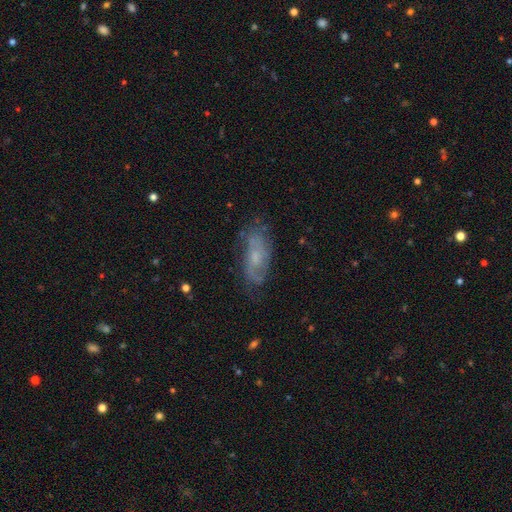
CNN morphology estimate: A featured or disk galaxy (62%) with no bar (66%), spiral arms (80%) and a small central bulge (42%).

Vote fractions:
- Smooth or featured? featured or disk: 62% / smooth: 29% / star or artifact: 9%
- Edge-on disk? no: 87% / yes: 13%
- Bar? no: 66% / weak: 29% / strong: 5%
- Spiral arms? yes: 80% / no: 20%
- Bulge size? small: 42% / moderate: 38% / none: 14% / large: 4% / dominant: 1%
- Merging? none: 69% / minor disturbance: 21% / major disturbance: 9% / merger: 2%